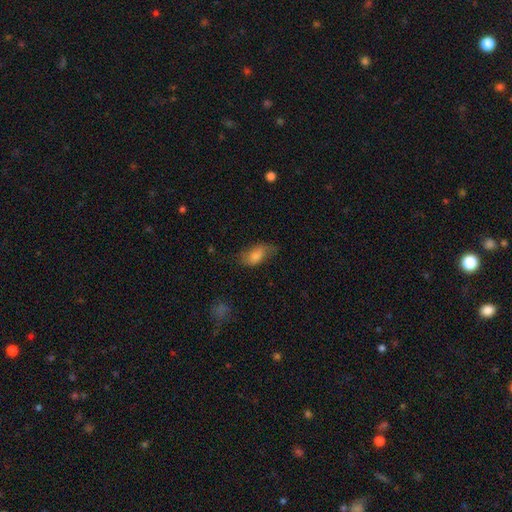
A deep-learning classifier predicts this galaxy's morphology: A smooth galaxy with no disk features (72%) that is in between round and cigar-shaped (89%). Merging: none (62%).